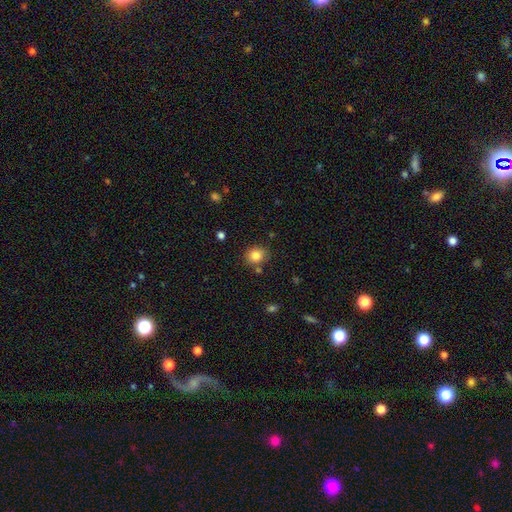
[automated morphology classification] A smooth galaxy with no disk features (82%) that is round (75%).

Vote fractions:
- Smooth or featured? smooth: 82% / star or artifact: 11% / featured or disk: 7%
- How rounded? round: 75% / in between: 24% / cigar-shaped: 1%
- Merging? none: 78% / minor disturbance: 12% / merger: 6% / major disturbance: 3%